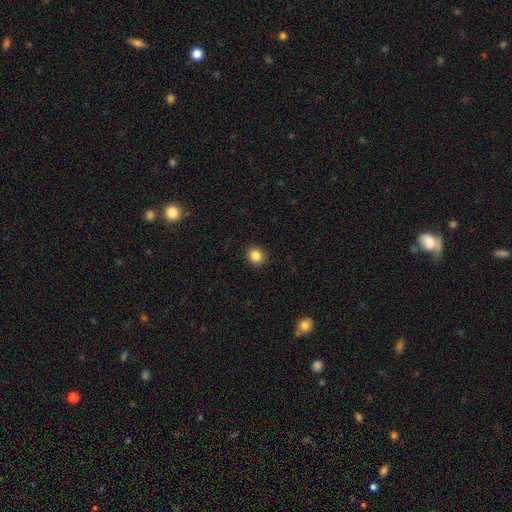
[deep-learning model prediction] Smooth or featured?
  - smooth: 85% *
  - star or artifact: 11%
  - featured or disk: 4%
How rounded?
  - round: 81% *
  - in between: 18%
  - cigar-shaped: 1%
Merging?
  - none: 91% *
  - minor disturbance: 6%
  - major disturbance: 2%
  - merger: 1%